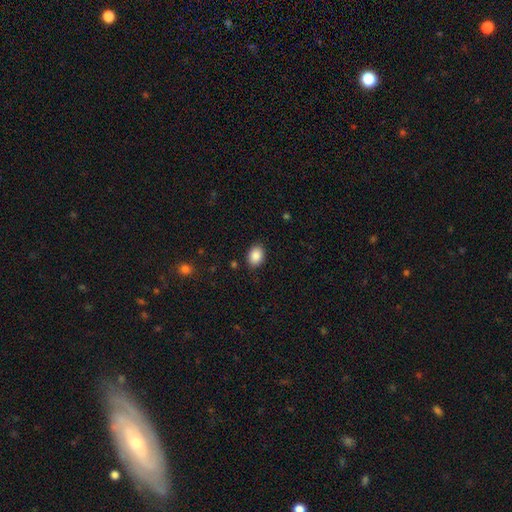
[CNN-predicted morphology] A smooth galaxy with no disk features (88%) that is in between round and cigar-shaped (70%).

Vote fractions:
- Smooth or featured? smooth: 88% / star or artifact: 8% / featured or disk: 4%
- How rounded? in between: 70% / round: 29% / cigar-shaped: 1%
- Merging? none: 88% / minor disturbance: 9% / major disturbance: 2% / merger: 1%